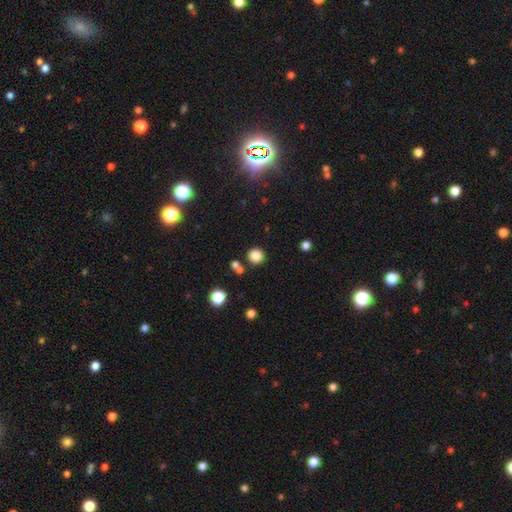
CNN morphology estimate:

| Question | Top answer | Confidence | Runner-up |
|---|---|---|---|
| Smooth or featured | smooth | 84% | star or artifact (12%) |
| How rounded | round | 94% | in between (5%) |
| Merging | none | 83% | merger (8%) |